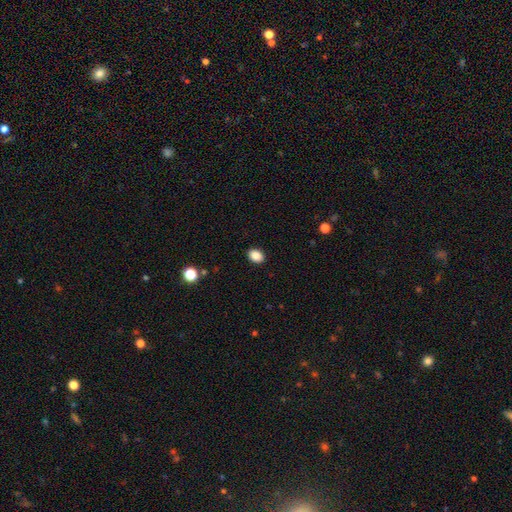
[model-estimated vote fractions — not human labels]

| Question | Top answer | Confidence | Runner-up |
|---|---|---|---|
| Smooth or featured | smooth | 88% | star or artifact (9%) |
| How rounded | in between | 68% | round (31%) |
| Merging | none | 90% | minor disturbance (7%) |